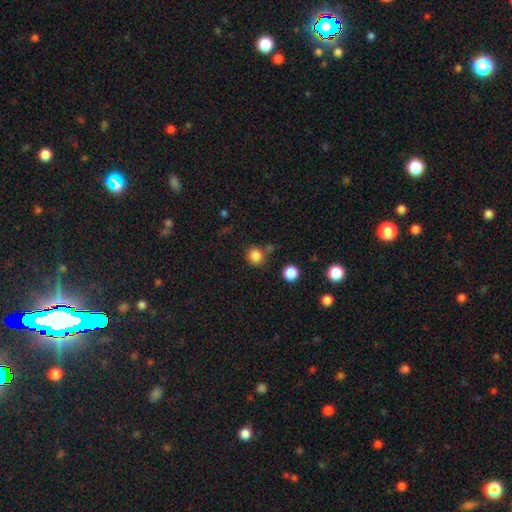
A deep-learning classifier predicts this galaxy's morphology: This is clearly a smooth galaxy (84%). How rounded: clearly round (89%). Merging: likely none (72%).